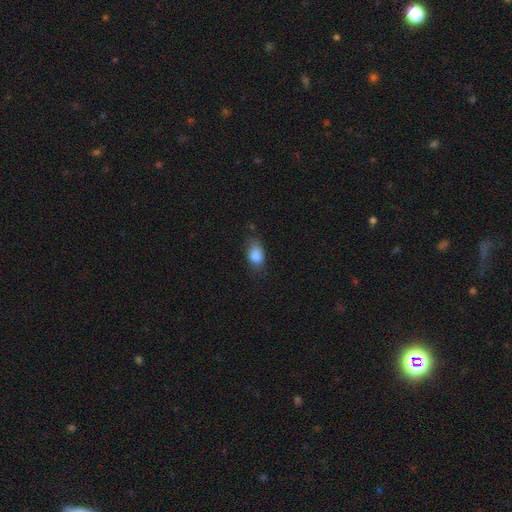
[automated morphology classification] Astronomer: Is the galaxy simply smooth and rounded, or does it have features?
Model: smooth — 85%.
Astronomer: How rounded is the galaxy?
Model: in between — 82%.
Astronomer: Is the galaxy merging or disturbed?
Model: none — 54% (runner-up: minor disturbance, 33%).